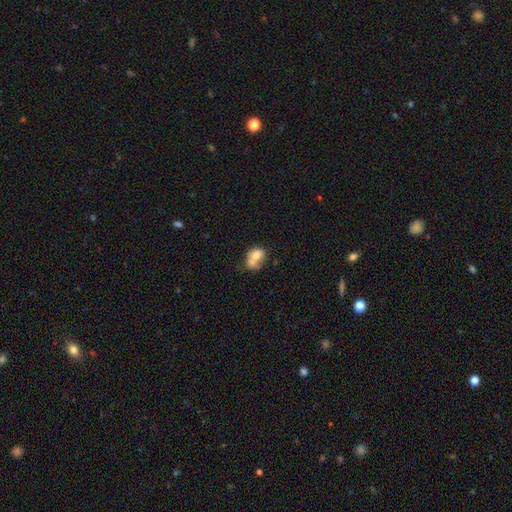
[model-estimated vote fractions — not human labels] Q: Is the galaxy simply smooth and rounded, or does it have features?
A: smooth — 68%.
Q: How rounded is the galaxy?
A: in between — 52%.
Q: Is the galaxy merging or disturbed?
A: merger — 54%.